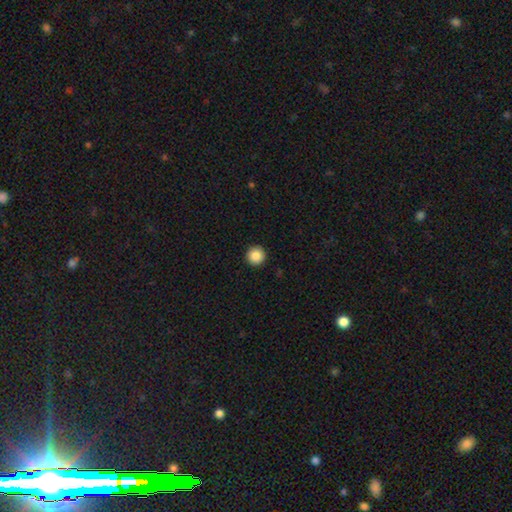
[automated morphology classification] smooth 87%, star or artifact 9%, featured or disk 4%. Down the decision tree: how rounded — round (97%); merging — none (94%).